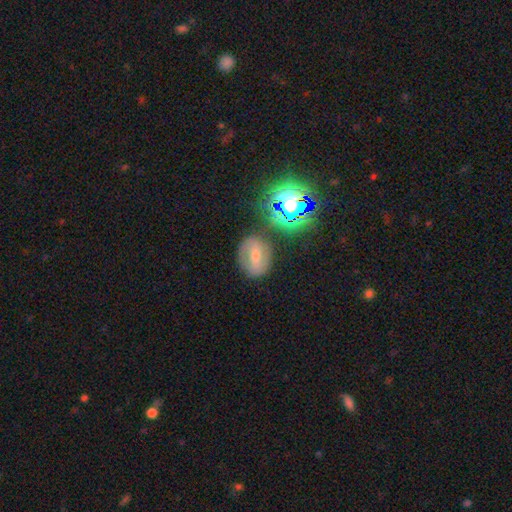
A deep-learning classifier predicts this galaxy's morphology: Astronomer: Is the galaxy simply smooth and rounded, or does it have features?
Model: smooth — 43% (runner-up: featured or disk, 41%).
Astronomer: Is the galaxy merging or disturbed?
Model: none — 72%.